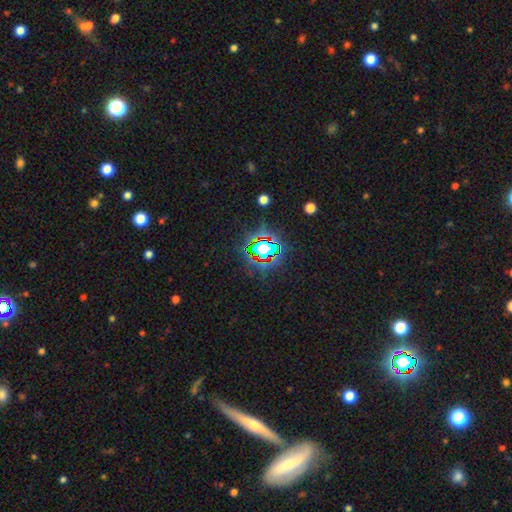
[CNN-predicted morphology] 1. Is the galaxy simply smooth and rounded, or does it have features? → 79% star or artifact, 13% smooth, 8% featured or disk.